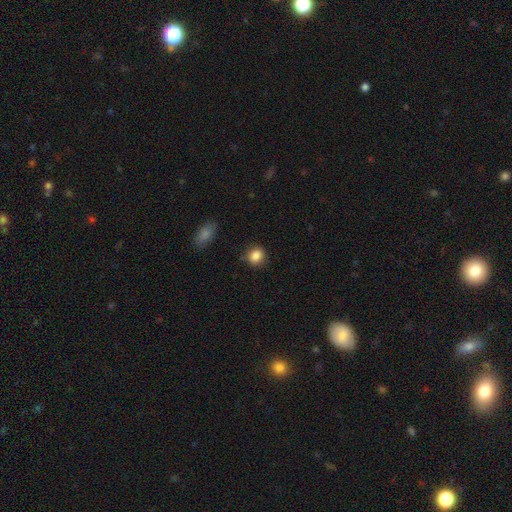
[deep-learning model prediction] Smooth or featured: smooth — 87% (star or artifact — 9%)
How rounded: round — 76% (in between — 23%)
Merging: none — 84% (minor disturbance — 11%)